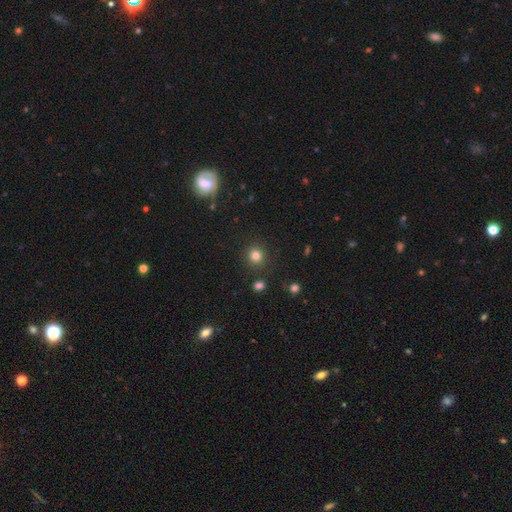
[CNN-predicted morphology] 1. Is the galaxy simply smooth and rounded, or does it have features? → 81% smooth, 14% star or artifact, 6% featured or disk.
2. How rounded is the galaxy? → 91% round, 8% in between, 1% cigar-shaped.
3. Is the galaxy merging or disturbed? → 88% none, 7% minor disturbance, 3% merger, 2% major disturbance.